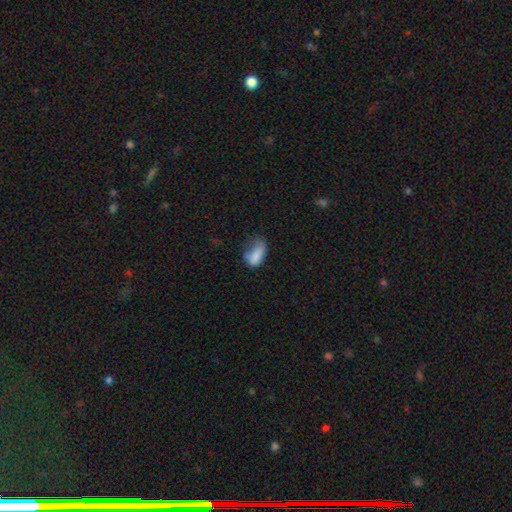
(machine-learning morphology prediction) smooth-or-featured: smooth: 78% | featured or disk: 13% | star or artifact: 9%
  how-rounded: in between: 89% | cigar-shaped: 6% | round: 5%
  merging: minor disturbance: 37% | major disturbance: 32% | none: 27% | merger: 4%